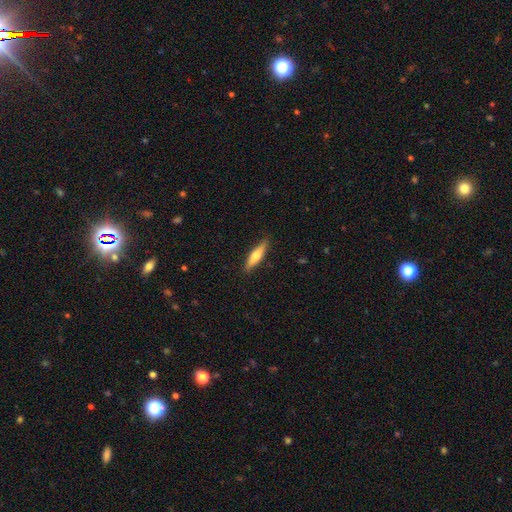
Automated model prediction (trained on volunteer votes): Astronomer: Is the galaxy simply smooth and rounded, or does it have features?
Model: smooth — 60%.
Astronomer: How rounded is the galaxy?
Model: cigar-shaped — 73%.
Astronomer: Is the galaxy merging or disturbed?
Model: none — 87%.